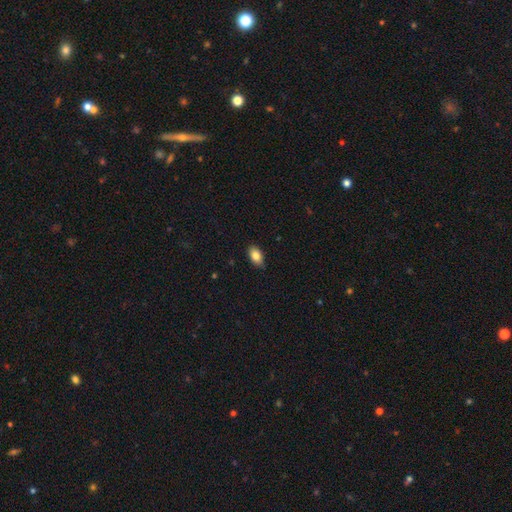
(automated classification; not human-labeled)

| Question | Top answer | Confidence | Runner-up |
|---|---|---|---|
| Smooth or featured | smooth | 84% | featured or disk (8%) |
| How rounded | in between | 91% | round (7%) |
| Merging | none | 86% | minor disturbance (11%) |